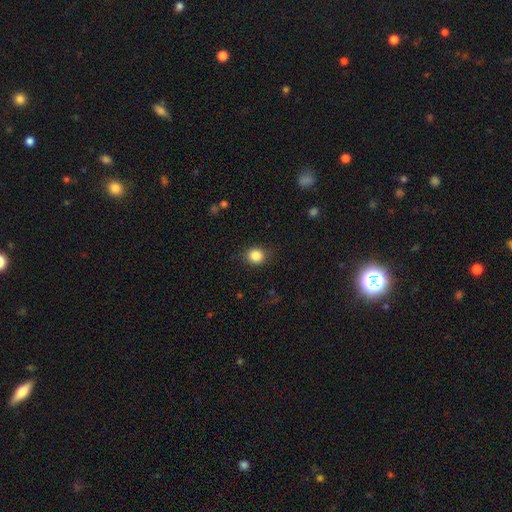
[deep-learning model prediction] This is clearly a smooth galaxy (85%). How rounded: likely round (79%). Merging: clearly none (83%).